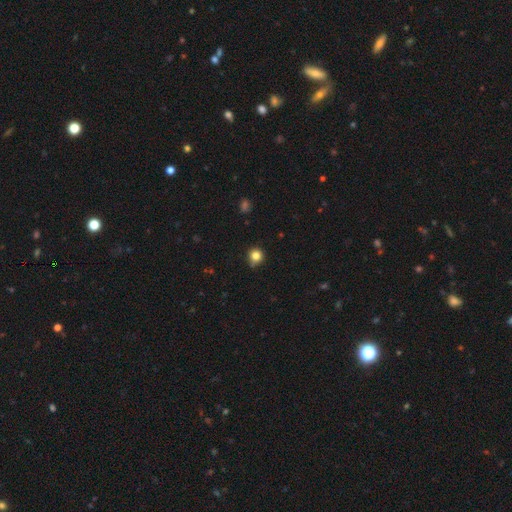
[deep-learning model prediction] smooth 83%, star or artifact 12%, featured or disk 5%. Down the decision tree: how rounded — round (91%); merging — none (78%).